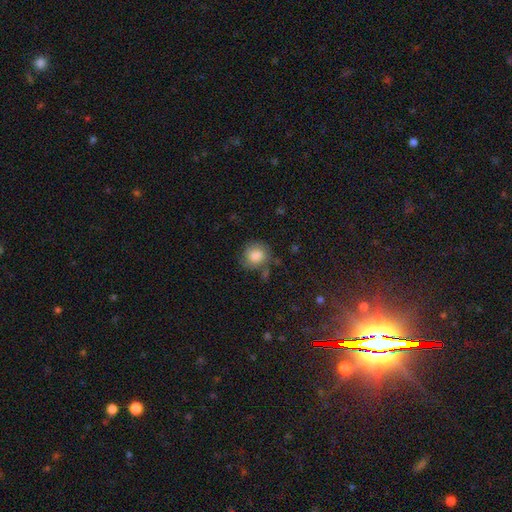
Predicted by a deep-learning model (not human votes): smooth-or-featured: smooth: 76% | featured or disk: 16% | star or artifact: 8%
  how-rounded: round: 77% | in between: 22% | cigar-shaped: 1%
  merging: none: 59% | minor disturbance: 26% | major disturbance: 11% | merger: 5%